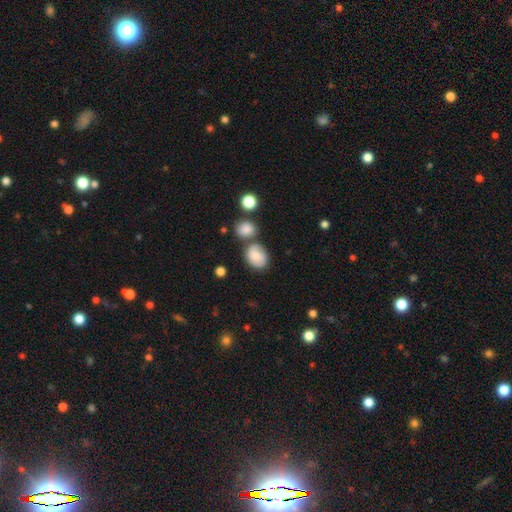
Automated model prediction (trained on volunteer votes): Morphology: type=smooth (67%); roundness=in between (52%); merging=none (56%).